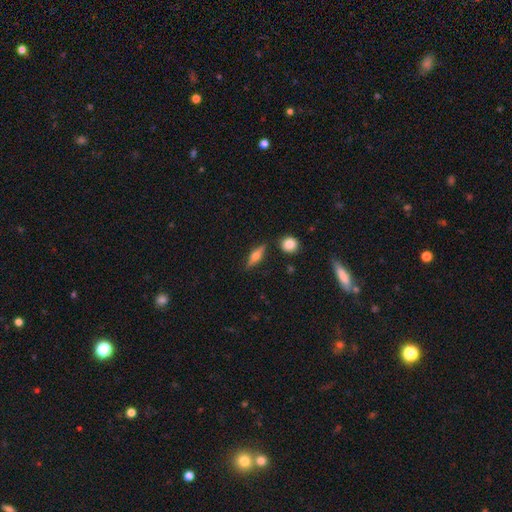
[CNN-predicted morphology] featured or disk 51%, smooth 41%, star or artifact 8%. Down the decision tree: edge-on disk — yes (93%); merging — none (84%).